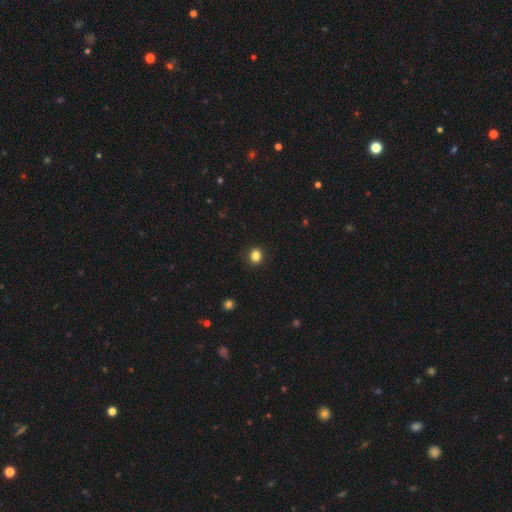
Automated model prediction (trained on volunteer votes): Smooth or featured? smooth (85%)
How rounded? round (73%)
Merging? none (90%)